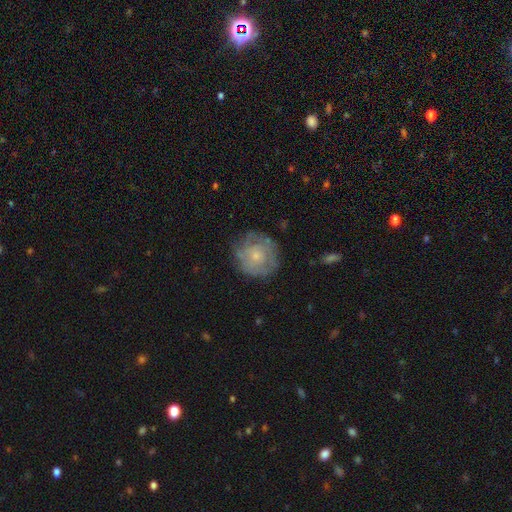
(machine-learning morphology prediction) smooth_or_featured: featured or disk (p=0.53) [alt: smooth p=0.39]
disk_edge_on: no (p=0.97) [alt: yes p=0.03]
bar: no (p=0.86) [alt: weak p=0.12]
has_spiral_arms: yes (p=0.58) [alt: no p=0.42]
bulge_size: small (p=0.61) [alt: moderate p=0.32]
merging: none (p=0.71) [alt: minor disturbance p=0.19]